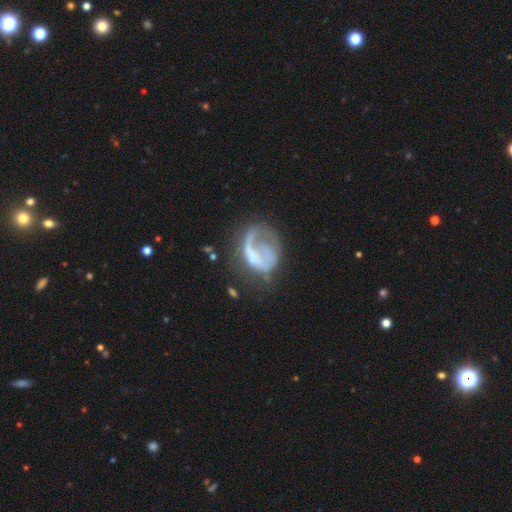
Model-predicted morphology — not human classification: This appears to be a featured or disk galaxy (55%) with no bar (73%), no spiral arms (61%) and no central bulge (59%). Merging: major disturbance (47%).